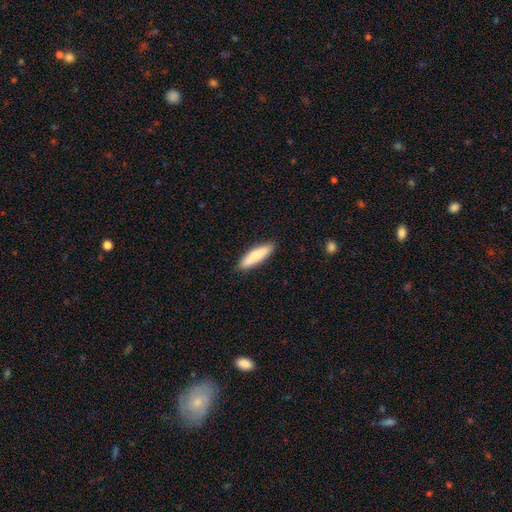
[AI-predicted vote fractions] The model was most divided on "how rounded": cigar-shaped: 69%, in between: 29%, round: 2%. More confident: merging — none (89%); smooth or featured — smooth (78%).